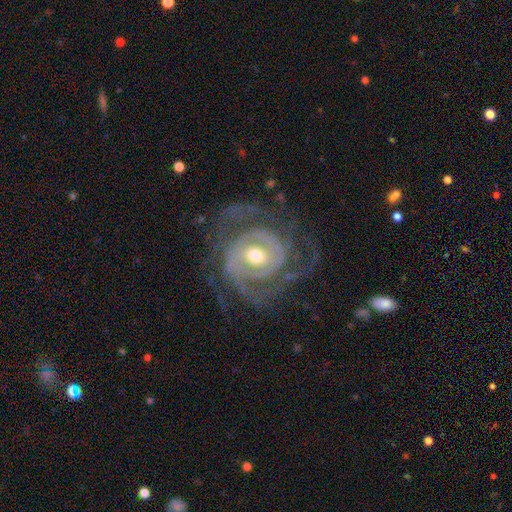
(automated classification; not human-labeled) smooth_or_featured: featured or disk (p=0.90) [alt: smooth p=0.06]
disk_edge_on: no (p=0.97) [alt: yes p=0.03]
bar: no (p=0.56) [alt: weak p=0.31]
has_spiral_arms: yes (p=0.94) [alt: no p=0.06]
spiral_winding: tight (p=0.64) [alt: medium p=0.27]
spiral_arm_count: 2 (p=0.28) [alt: can't tell p=0.26]
bulge_size: moderate (p=0.63) [alt: small p=0.29]
merging: none (p=0.67) [alt: major disturbance p=0.16]